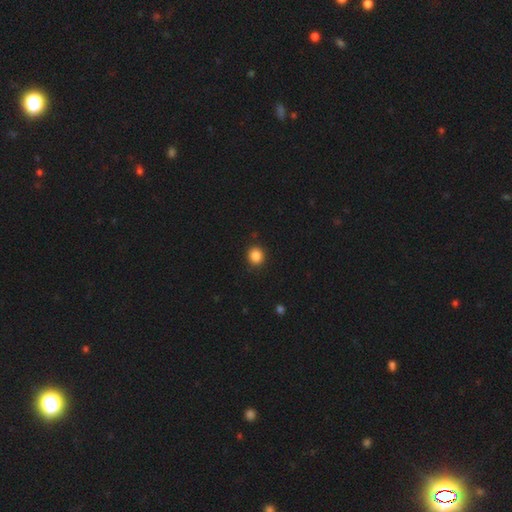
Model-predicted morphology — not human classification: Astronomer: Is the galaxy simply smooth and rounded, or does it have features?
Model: smooth — 87%.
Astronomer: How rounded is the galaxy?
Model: round — 82%.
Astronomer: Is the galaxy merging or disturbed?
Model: none — 91%.